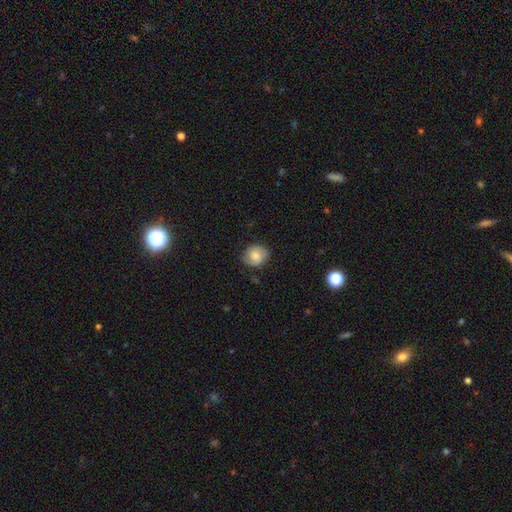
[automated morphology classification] A smooth galaxy with no disk features (67%) that is round (71%).

Vote fractions:
- Smooth or featured? smooth: 67% / featured or disk: 24% / star or artifact: 8%
- How rounded? round: 71% / in between: 28% / cigar-shaped: 1%
- Merging? none: 79% / minor disturbance: 16% / major disturbance: 4% / merger: 1%